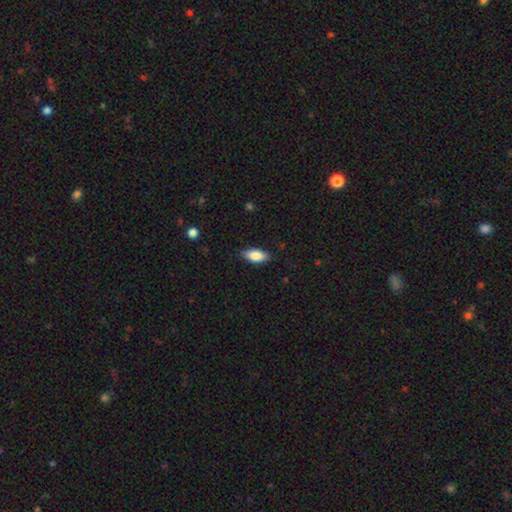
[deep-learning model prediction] Smooth or featured?
  - smooth: 85% *
  - featured or disk: 9%
  - star or artifact: 6%
How rounded?
  - in between: 88% *
  - cigar-shaped: 9%
  - round: 2%
Merging?
  - none: 85% *
  - minor disturbance: 12%
  - major disturbance: 2%
  - merger: 1%